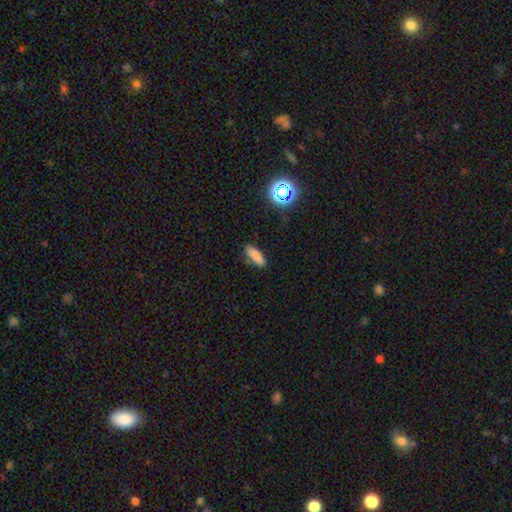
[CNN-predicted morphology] Smooth or featured? Predicted: smooth (p=0.81). How rounded? Predicted: in between (p=0.56). Merging? Predicted: none (p=0.81).